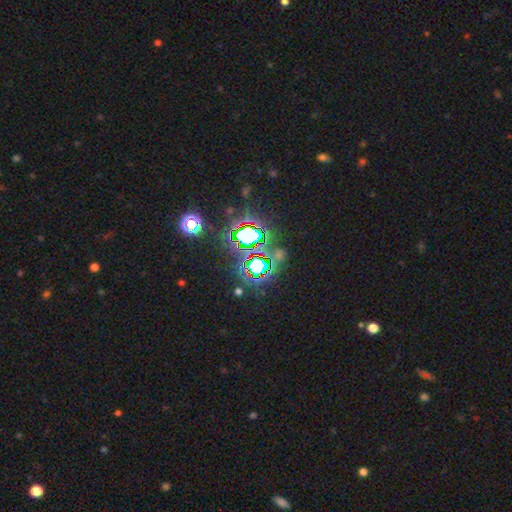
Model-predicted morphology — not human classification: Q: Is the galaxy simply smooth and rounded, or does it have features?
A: star or artifact — 83%.